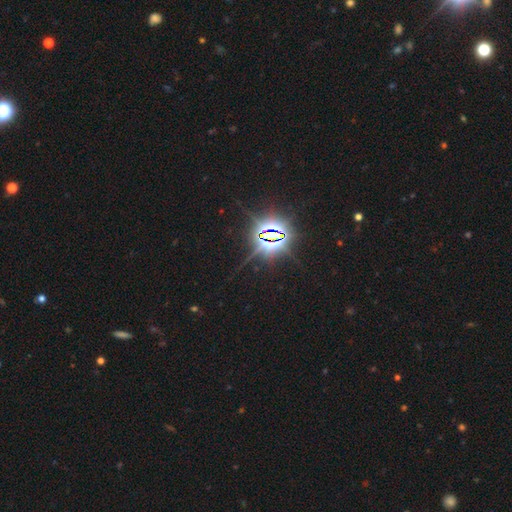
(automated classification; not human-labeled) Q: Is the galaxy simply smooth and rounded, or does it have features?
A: star or artifact — 87%.